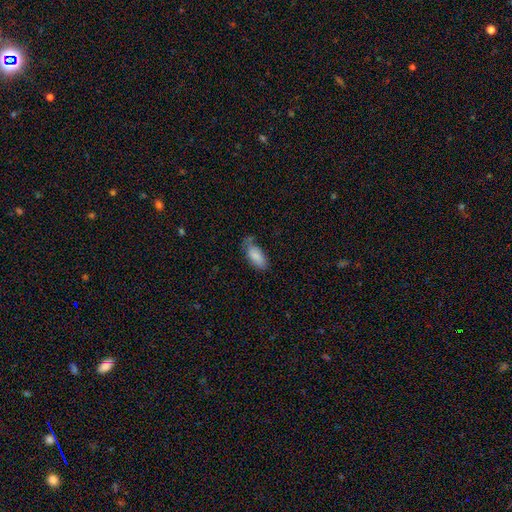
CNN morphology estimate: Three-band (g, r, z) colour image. It shows a smooth galaxy with no disk features (82%) that is in between round and cigar-shaped (87%). Merging: none (46%).